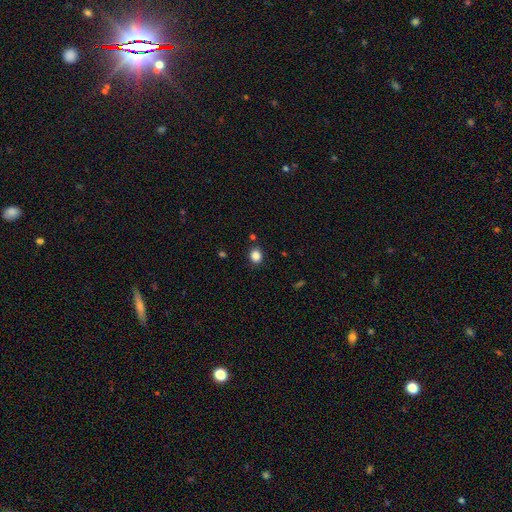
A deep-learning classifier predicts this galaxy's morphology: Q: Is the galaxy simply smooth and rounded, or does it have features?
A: smooth — 85%.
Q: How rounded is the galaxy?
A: round — 62%.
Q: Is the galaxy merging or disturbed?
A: none — 86%.